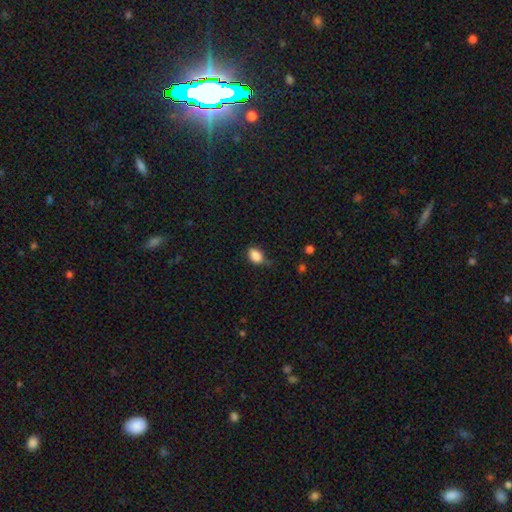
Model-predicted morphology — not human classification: A smooth galaxy with no disk features (86%) that is in between round and cigar-shaped (78%). Merging: none (61%).